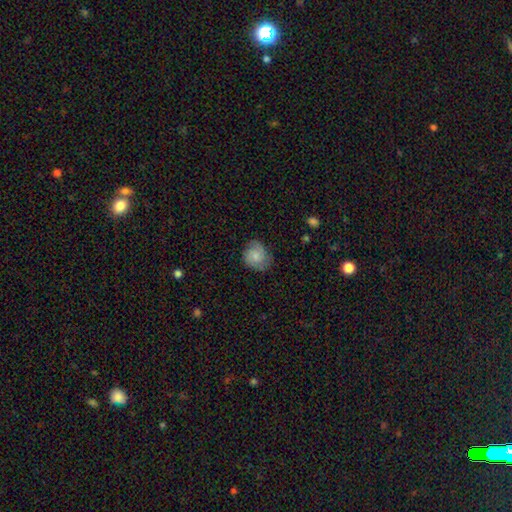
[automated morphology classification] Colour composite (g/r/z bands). It shows a smooth galaxy with no disk features (66%) that is round (76%). Merging: none (69%).